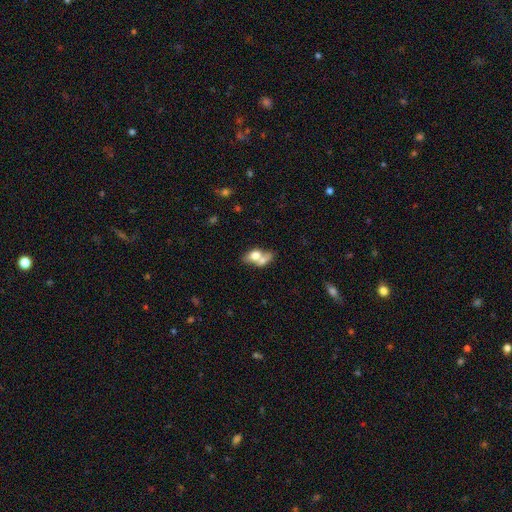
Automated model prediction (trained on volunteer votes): Smooth or featured? smooth (66%)
How rounded? in between (74%)
Merging? merger (64%)